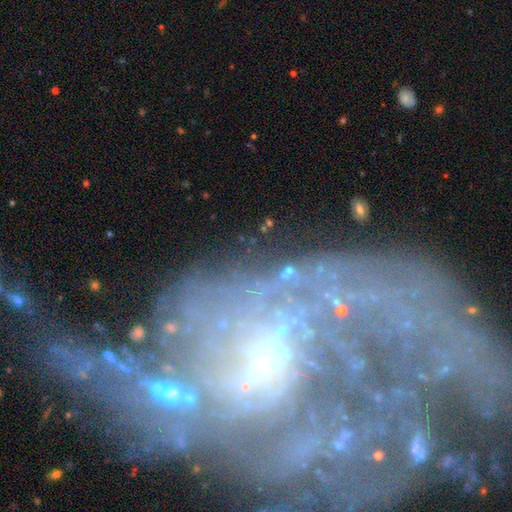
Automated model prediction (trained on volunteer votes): Smooth or featured? featured or disk (75%)
Edge-on disk? no (95%)
Bar? no (44%)
Spiral arms? yes (67%)
Bulge size? small (32%)
Merging? major disturbance (39%)